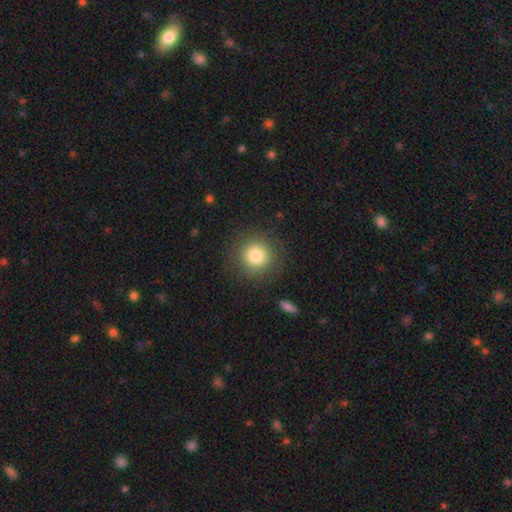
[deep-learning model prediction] The model was most divided on "smooth or featured": smooth: 81%, star or artifact: 10%, featured or disk: 9%. More confident: how rounded — round (93%); merging — none (87%).